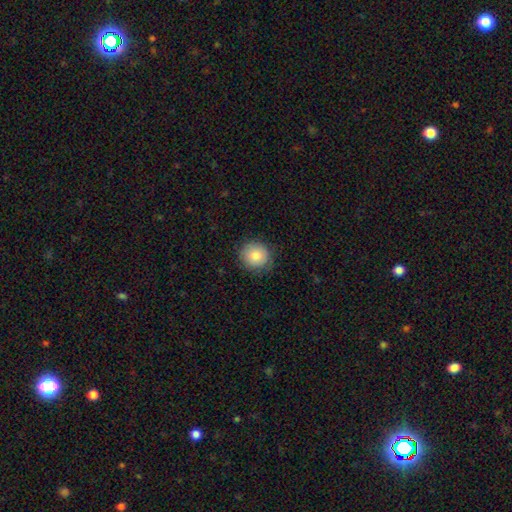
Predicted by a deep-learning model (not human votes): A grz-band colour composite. It shows a smooth galaxy with no disk features (86%) that is round (90%). Merging: none (85%).